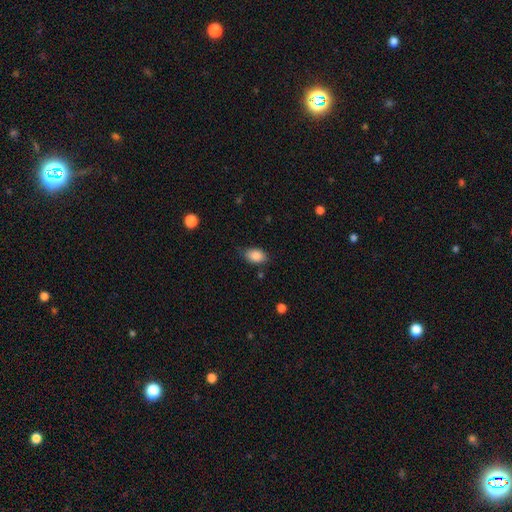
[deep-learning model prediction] Q: Smooth or featured?
A: smooth (86%); runner-up: star or artifact (8%)
Q: How rounded?
A: in between (85%); runner-up: round (13%)
Q: Merging?
A: none (74%); runner-up: minor disturbance (20%)